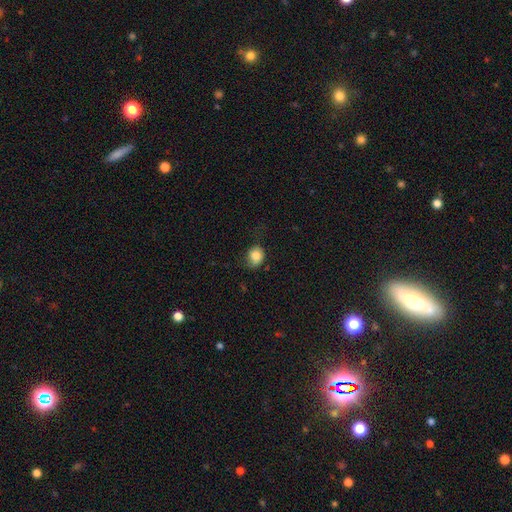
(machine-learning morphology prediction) Overall: smooth (85%). How rounded: round (59%; in between 40%). Merging: none (57%; minor disturbance 30%).